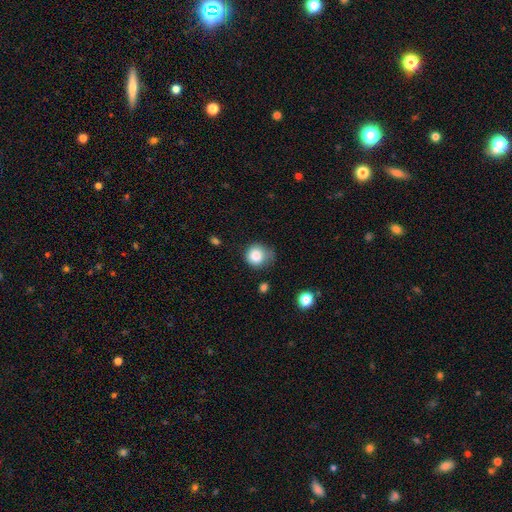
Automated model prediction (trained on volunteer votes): smooth 83%, star or artifact 10%, featured or disk 7%. Down the decision tree: how rounded — round (85%); merging — none (54%).